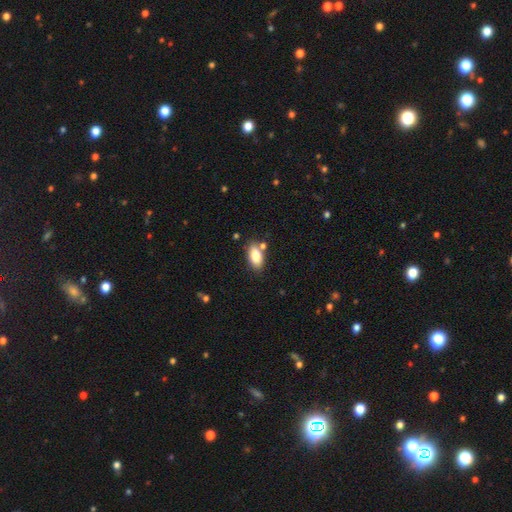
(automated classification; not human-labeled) Smooth or featured? Predicted: smooth (p=0.82). How rounded? Predicted: in between (p=0.91). Merging? Predicted: none (p=0.74).